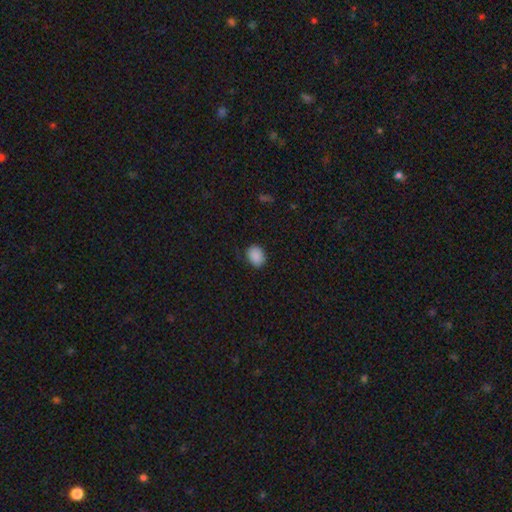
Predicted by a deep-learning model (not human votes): The model was most divided on "how rounded": in between: 60%, round: 39%, cigar-shaped: 1%. More confident: smooth or featured — smooth (88%); merging — none (80%).